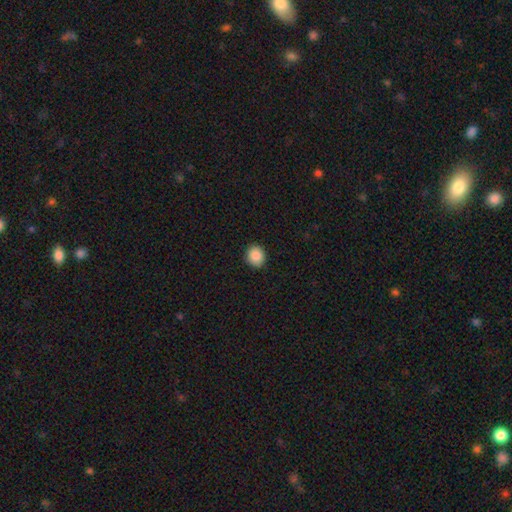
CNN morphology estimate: type=smooth (89%); roundness=round (73%); merging=none (89%).